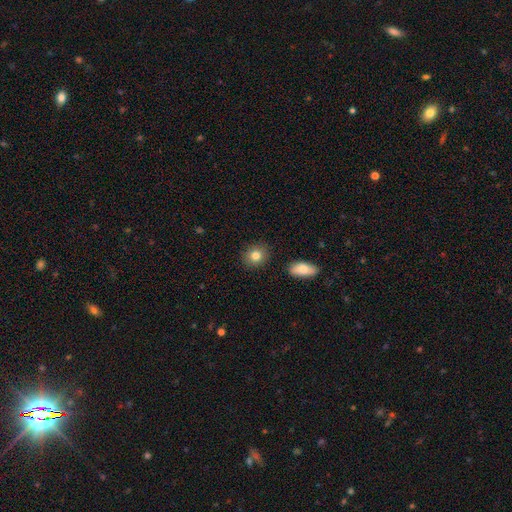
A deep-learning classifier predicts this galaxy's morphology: A smooth galaxy with no disk features (83%) that is round (75%). Merging: none (88%).